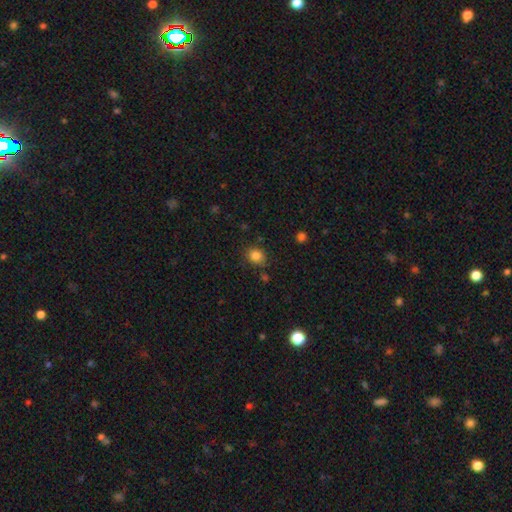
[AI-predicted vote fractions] Overall: smooth (84%). How rounded: round (66%; in between 33%). Merging: none (80%).